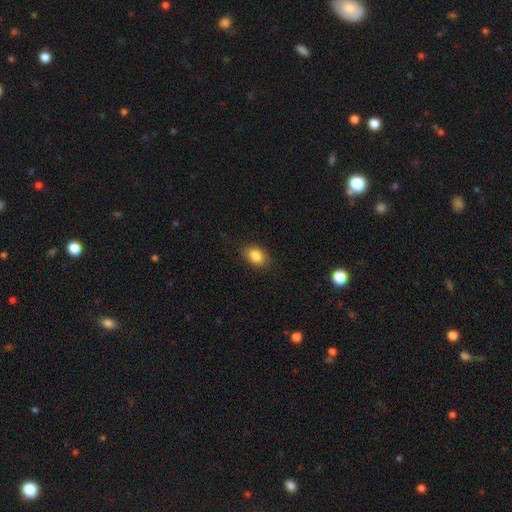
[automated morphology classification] This appears to be a smooth galaxy with no disk features (85%) that is in between round and cigar-shaped (80%). Merging: none (83%).